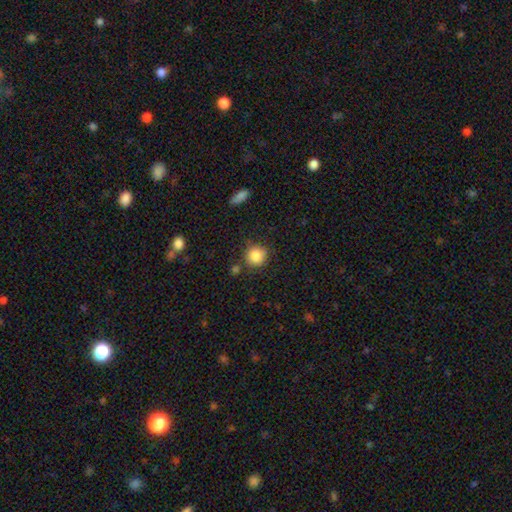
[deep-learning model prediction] Smooth or featured?
  - smooth: 86% *
  - star or artifact: 9%
  - featured or disk: 5%
How rounded?
  - round: 89% *
  - in between: 10%
  - cigar-shaped: 1%
Merging?
  - none: 80% *
  - minor disturbance: 12%
  - merger: 5%
  - major disturbance: 3%